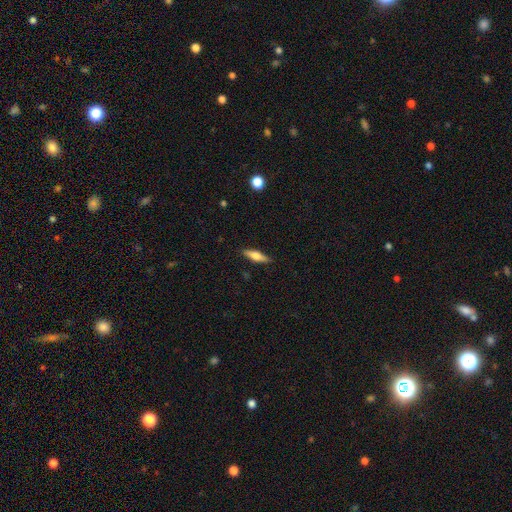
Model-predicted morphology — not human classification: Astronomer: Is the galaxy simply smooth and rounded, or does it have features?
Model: smooth — 56% (runner-up: featured or disk, 37%).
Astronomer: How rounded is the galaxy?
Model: cigar-shaped — 61% (runner-up: in between, 37%).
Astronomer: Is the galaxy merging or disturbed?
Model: none — 88%.